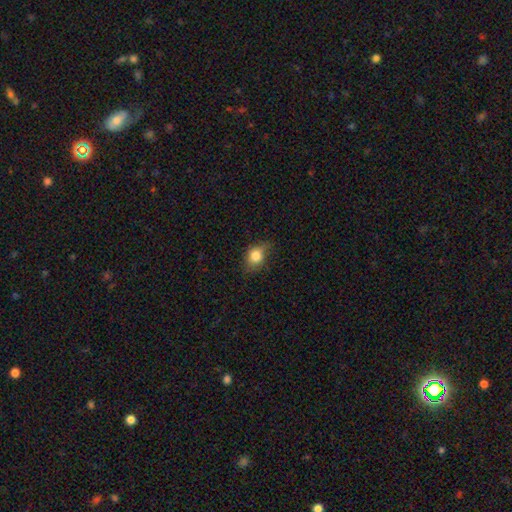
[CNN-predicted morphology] smooth-or-featured: smooth: 80% | featured or disk: 10% | star or artifact: 10%
  how-rounded: in between: 54% | round: 44% | cigar-shaped: 2%
  merging: none: 66% | minor disturbance: 27% | major disturbance: 6% | merger: 1%